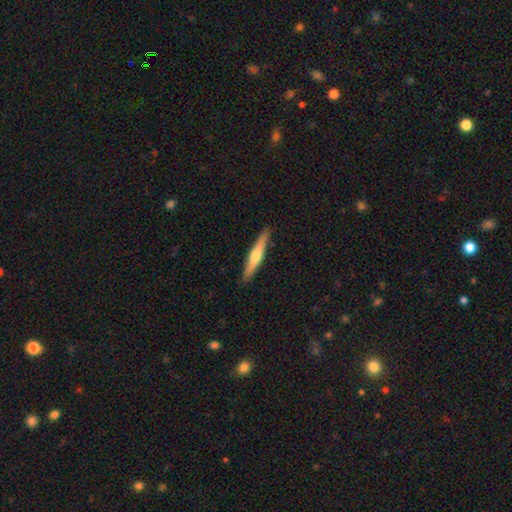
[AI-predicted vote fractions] smooth-or-featured: featured or disk: 55% | smooth: 40% | star or artifact: 5%
  disk-edge-on: yes: 96% | no: 4%
    edge-on-bulge: rounded: 85% | none: 9% | boxy: 6%
  merging: none: 90% | minor disturbance: 7% | major disturbance: 1% | merger: 1%